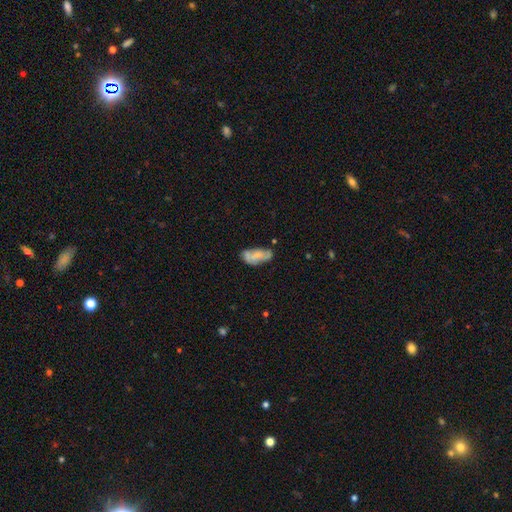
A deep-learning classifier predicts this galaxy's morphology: type=smooth (54%); roundness=in between (89%); merging=none (50%).